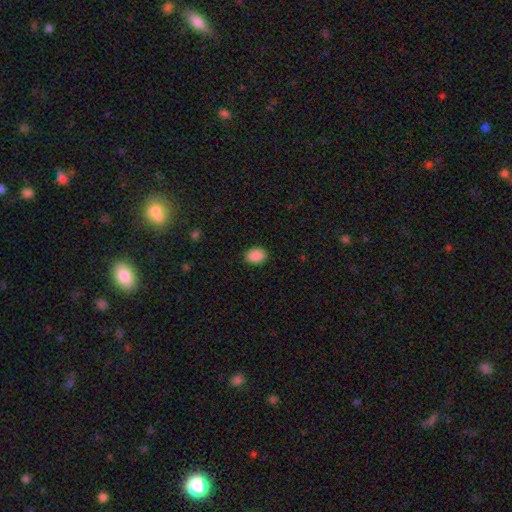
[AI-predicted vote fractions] Q: Smooth or featured?
A: smooth (89%); runner-up: star or artifact (8%)
Q: How rounded?
A: in between (67%); runner-up: round (32%)
Q: Merging?
A: none (90%); runner-up: minor disturbance (7%)